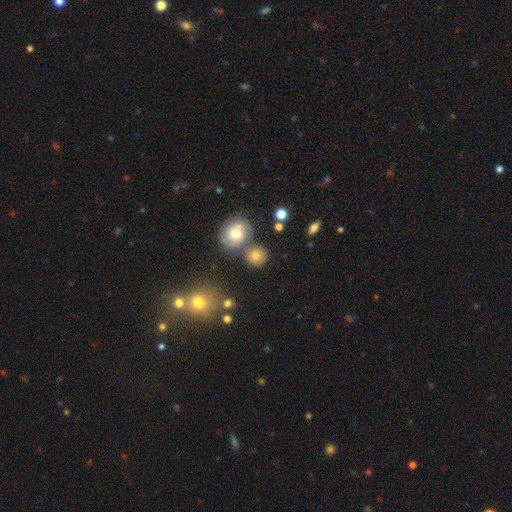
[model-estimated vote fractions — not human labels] Smooth or featured? smooth (76%)
How rounded? round (85%)
Merging? none (67%)